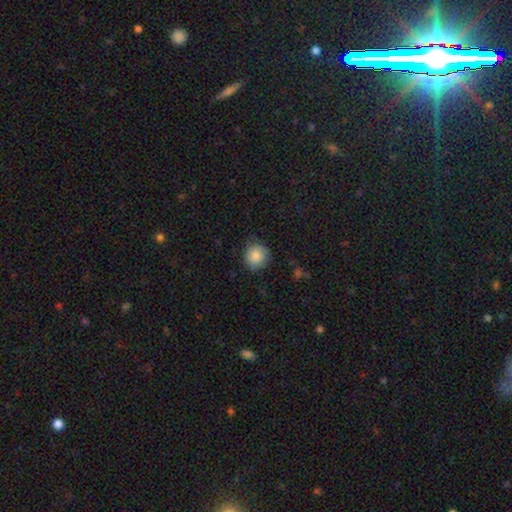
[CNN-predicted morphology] This is clearly a smooth galaxy (83%). How rounded: clearly round (89%). Merging: likely none (69%).